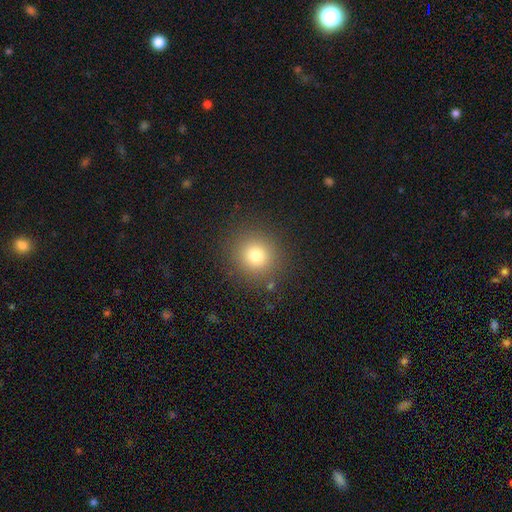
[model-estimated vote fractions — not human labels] Overall: smooth (78%). How rounded: round (91%). Merging: none (88%).